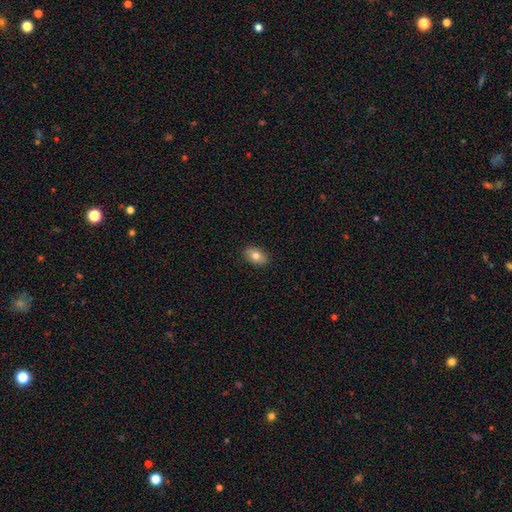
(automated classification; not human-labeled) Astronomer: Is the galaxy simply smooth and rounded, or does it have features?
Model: smooth — 78%.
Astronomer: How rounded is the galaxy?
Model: in between — 88%.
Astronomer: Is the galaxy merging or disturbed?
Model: none — 89%.